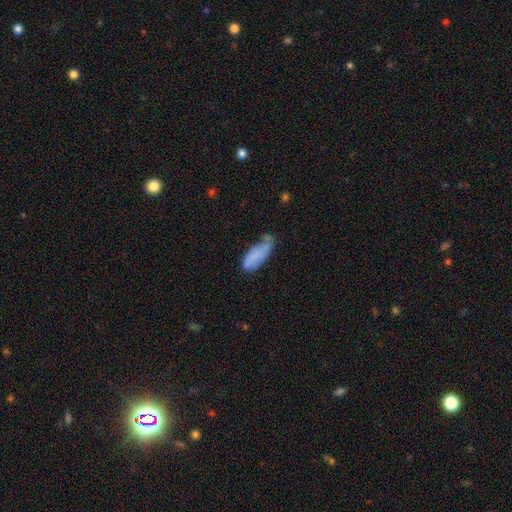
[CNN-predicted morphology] Smooth or featured: smooth — 69% (featured or disk — 23%)
How rounded: in between — 71% (cigar-shaped — 27%)
Merging: none — 41% (minor disturbance — 37%)